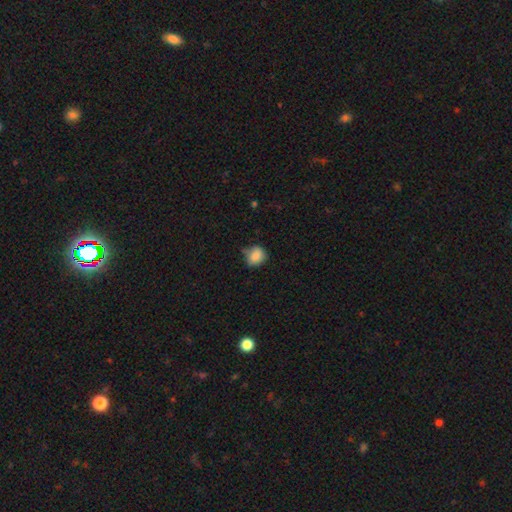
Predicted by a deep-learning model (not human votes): smooth_or_featured: smooth (p=0.84) [alt: star or artifact p=0.09]
how_rounded: round (p=0.75) [alt: in between p=0.24]
merging: none (p=0.61) [alt: minor disturbance p=0.29]